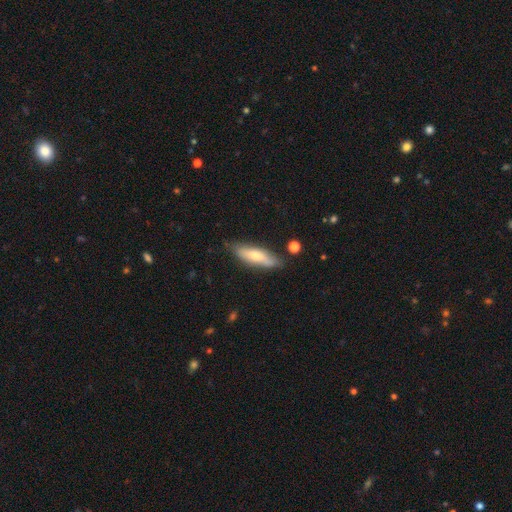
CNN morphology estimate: Smooth or featured: smooth — 62% (featured or disk — 32%)
How rounded: cigar-shaped — 54% (in between — 44%)
Merging: none — 74% (minor disturbance — 19%)